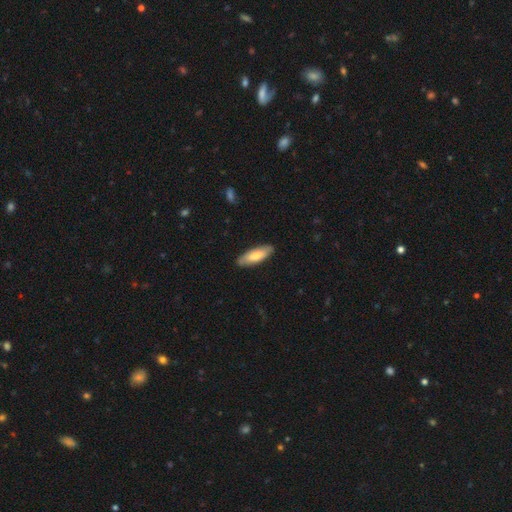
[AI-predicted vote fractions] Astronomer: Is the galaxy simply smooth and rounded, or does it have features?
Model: smooth — 71%.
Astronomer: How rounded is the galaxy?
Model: in between — 57% (runner-up: cigar-shaped, 42%).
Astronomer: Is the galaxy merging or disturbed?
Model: none — 87%.